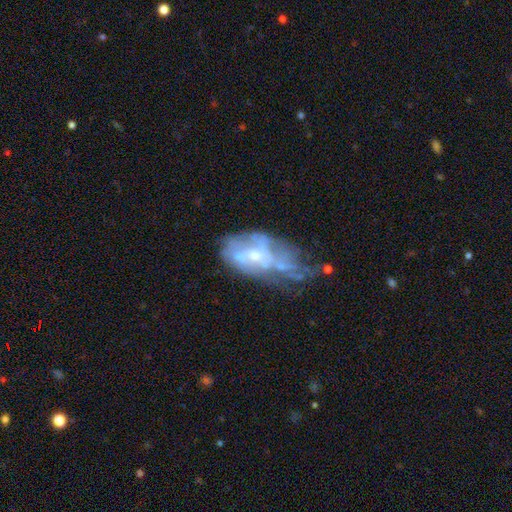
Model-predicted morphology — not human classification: This is likely a featured or disk galaxy (68%). It is clearly not viewed edge-on (95%). Bar: likely no (65%). Spiral arm pattern: possibly no (59%). Central bulge: possibly small (58%). Merging: marginally major disturbance (37%).